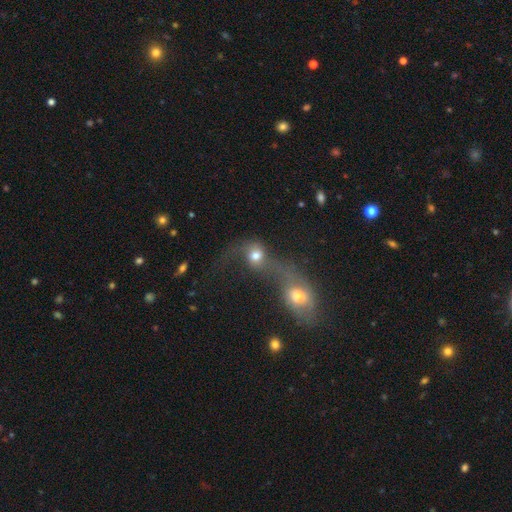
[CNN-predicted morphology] Overall: smooth (64%). How rounded: round (65%; in between 33%). Merging: merger (78%).